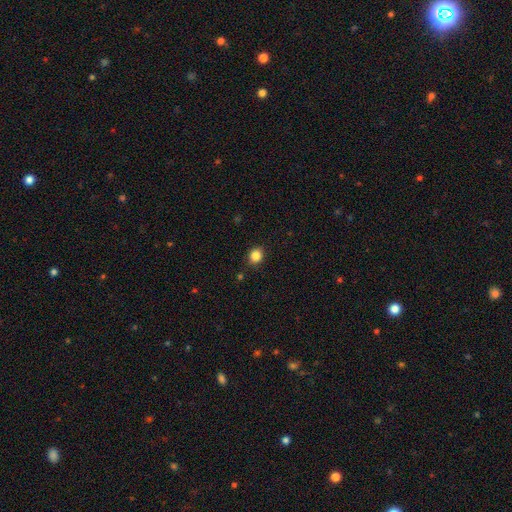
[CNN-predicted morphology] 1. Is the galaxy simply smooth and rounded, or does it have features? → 85% smooth, 11% star or artifact, 4% featured or disk.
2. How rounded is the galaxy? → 72% round, 27% in between, 1% cigar-shaped.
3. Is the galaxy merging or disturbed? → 88% none, 8% minor disturbance, 2% major disturbance, 1% merger.